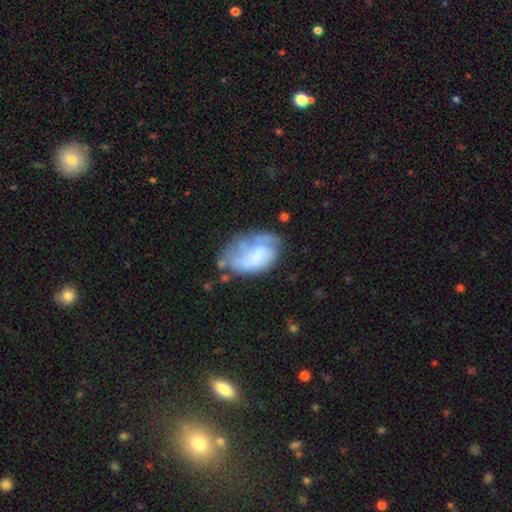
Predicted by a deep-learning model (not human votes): Morphology: type=featured or disk (46%); merging=none (37%).